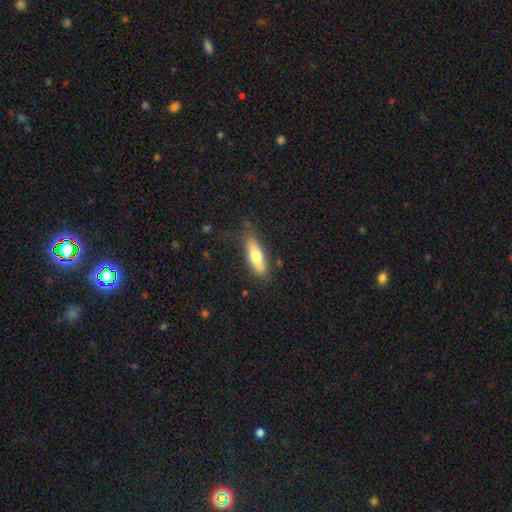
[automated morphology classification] Smooth or featured? smooth (67%)
How rounded? cigar-shaped (49%)
Merging? none (75%)